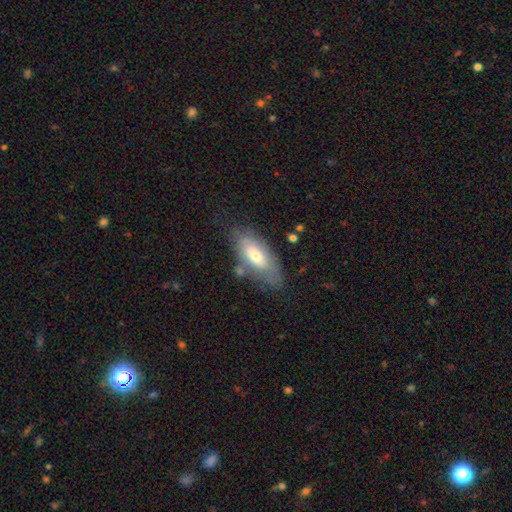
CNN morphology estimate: A smooth galaxy with no disk features (54%) that is in between round and cigar-shaped (83%).

Vote fractions:
- Smooth or featured? smooth: 54% / featured or disk: 38% / star or artifact: 7%
- How rounded? in between: 83% / cigar-shaped: 15% / round: 3%
- Merging? none: 65% / minor disturbance: 22% / major disturbance: 7% / merger: 6%